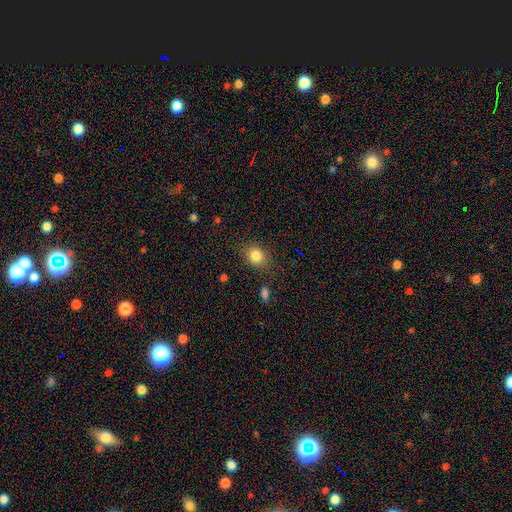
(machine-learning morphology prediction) Smooth or featured?
  - smooth: 83% *
  - star or artifact: 11%
  - featured or disk: 6%
How rounded?
  - round: 61% *
  - in between: 38%
  - cigar-shaped: 1%
Merging?
  - none: 80% *
  - minor disturbance: 13%
  - major disturbance: 5%
  - merger: 2%